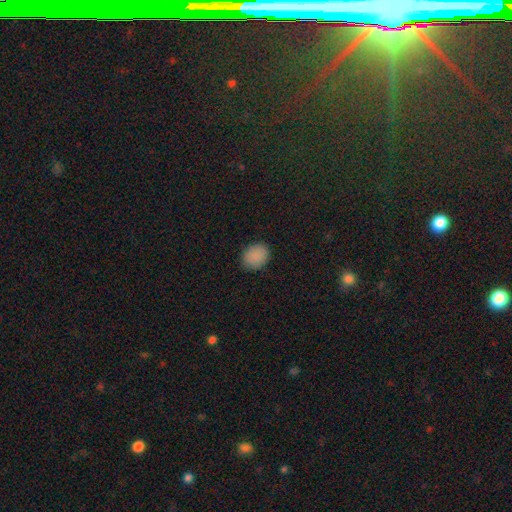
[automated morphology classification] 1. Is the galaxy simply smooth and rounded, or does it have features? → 88% smooth, 9% star or artifact, 3% featured or disk.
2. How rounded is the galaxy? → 55% round, 45% in between, 1% cigar-shaped.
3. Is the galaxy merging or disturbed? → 87% none, 9% minor disturbance, 2% major disturbance, 1% merger.